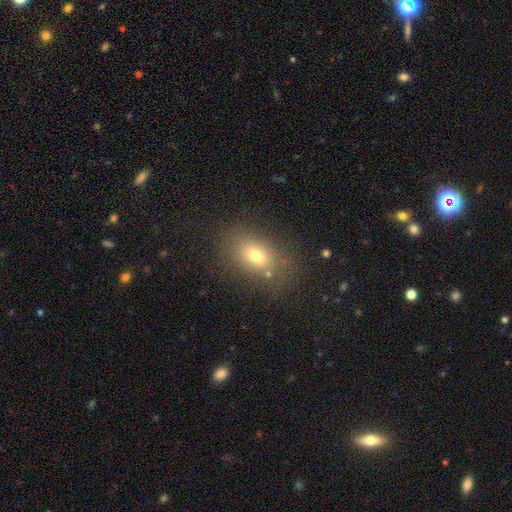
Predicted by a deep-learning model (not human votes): The model was most divided on "how rounded": in between: 75%, round: 23%, cigar-shaped: 2%. More confident: merging — none (77%); smooth or featured — smooth (70%).